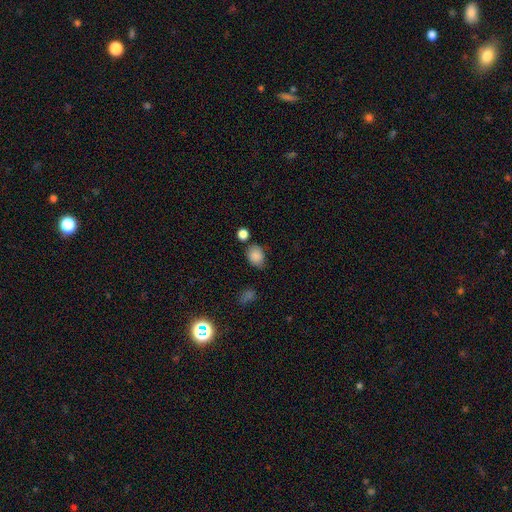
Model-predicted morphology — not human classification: Smooth or featured? Predicted: smooth (p=0.84). How rounded? Predicted: in between (p=0.59). Merging? Predicted: none (p=0.64).